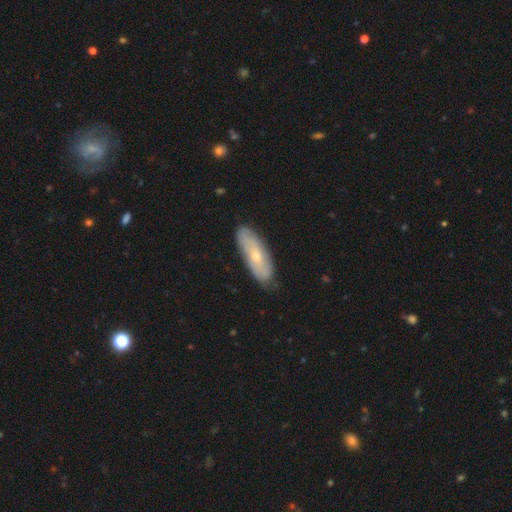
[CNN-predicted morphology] A smooth galaxy with no disk features (48%). Merging: none (82%).